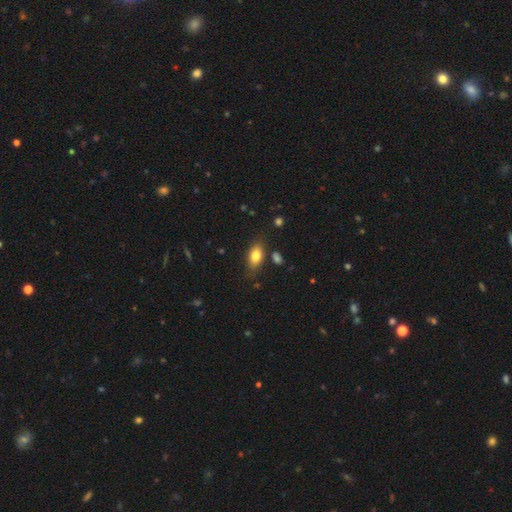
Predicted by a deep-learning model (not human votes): Morphology: type=smooth (80%); roundness=in between (87%); merging=none (77%).